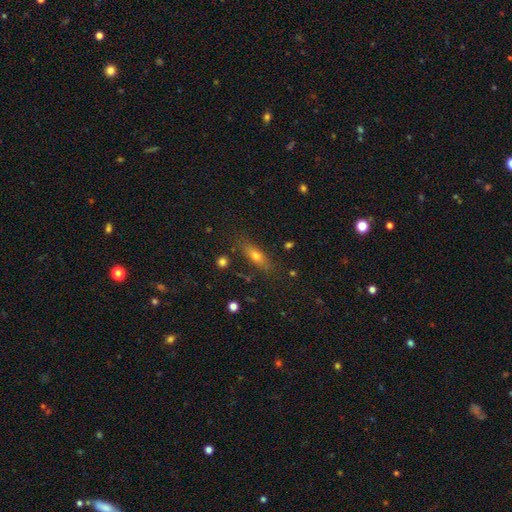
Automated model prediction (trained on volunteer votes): A smooth galaxy with no disk features (60%) that is in between round and cigar-shaped (48%).

Vote fractions:
- Smooth or featured? smooth: 60% / featured or disk: 28% / star or artifact: 12%
- How rounded? in between: 48% / cigar-shaped: 47% / round: 5%
- Merging? none: 80% / minor disturbance: 13% / major disturbance: 4% / merger: 3%